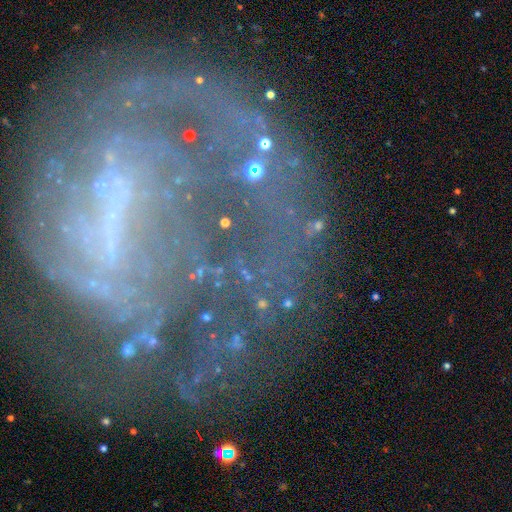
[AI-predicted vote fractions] smooth-or-featured: featured or disk: 75% | star or artifact: 14% | smooth: 11%
  disk-edge-on: no: 97% | yes: 3%
    bar: weak: 36% | strong: 34% | no: 29%
    has-spiral-arms: yes: 69% | no: 31%
    bulge-size: none: 51% | small: 30% | moderate: 14% | large: 3% | dominant: 2%
  merging: none: 49% | major disturbance: 28% | minor disturbance: 17% | merger: 5%